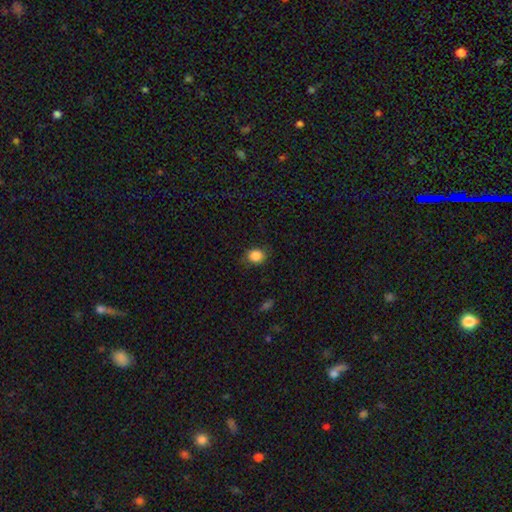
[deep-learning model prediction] Q: Smooth or featured?
A: smooth (86%); runner-up: star or artifact (10%)
Q: How rounded?
A: round (68%); runner-up: in between (31%)
Q: Merging?
A: none (80%); runner-up: minor disturbance (15%)